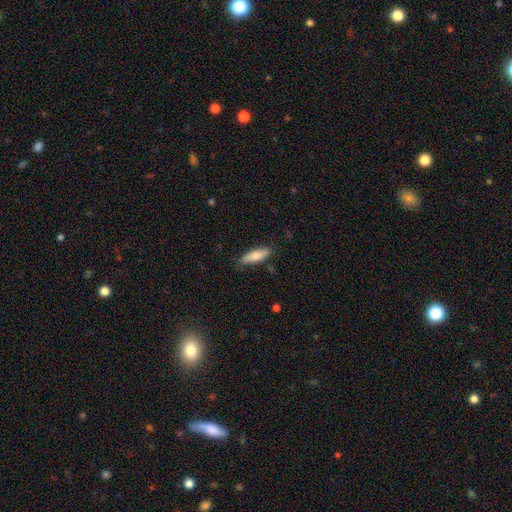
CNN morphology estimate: A smooth galaxy with no disk features (75%) that is in between round and cigar-shaped (57%). Merging: none (79%).